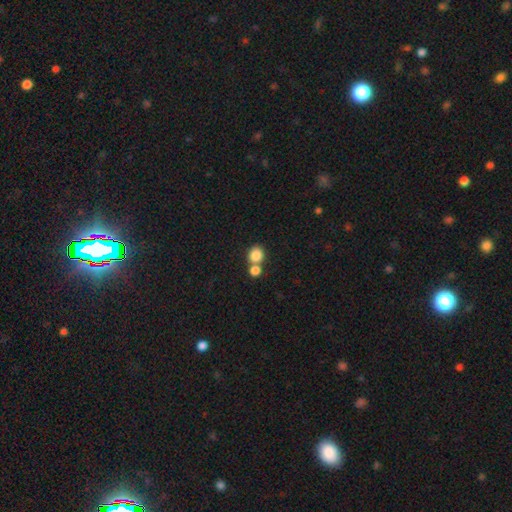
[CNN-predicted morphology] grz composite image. It shows a smooth galaxy with no disk features (84%) that is round (77%). Merging: none (49%).